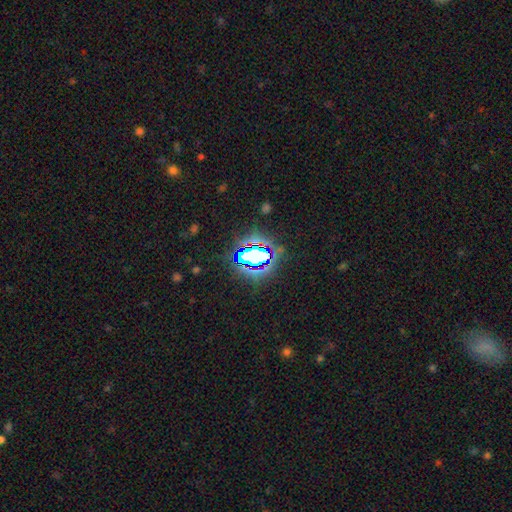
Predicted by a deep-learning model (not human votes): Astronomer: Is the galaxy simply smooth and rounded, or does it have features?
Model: star or artifact — 70%.